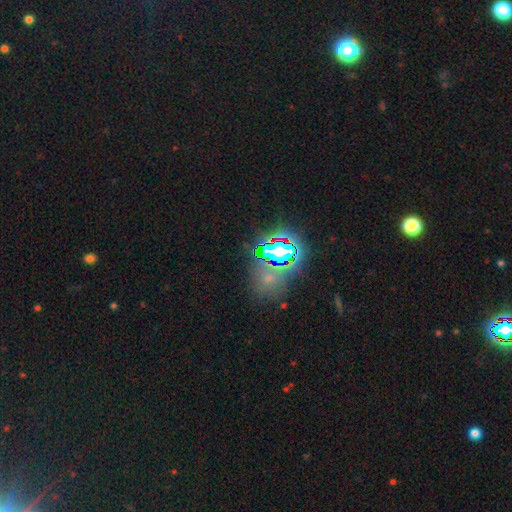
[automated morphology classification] A star or artifact, not a galaxy (77%).

Vote fractions:
- Smooth or featured? star or artifact: 77% / smooth: 14% / featured or disk: 9%